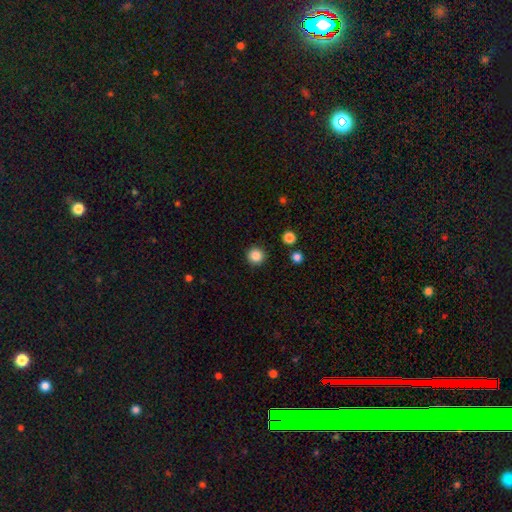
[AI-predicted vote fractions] A smooth galaxy with no disk features (86%) that is round (95%).

Vote fractions:
- Smooth or featured? smooth: 86% / star or artifact: 11% / featured or disk: 4%
- How rounded? round: 95% / in between: 4% / cigar-shaped: 1%
- Merging? none: 92% / minor disturbance: 5% / major disturbance: 2% / merger: 1%